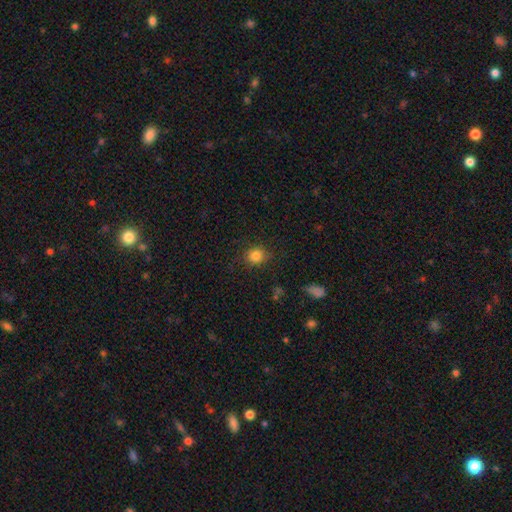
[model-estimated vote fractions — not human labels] This is clearly a smooth galaxy (84%). How rounded: likely round (80%). Merging: clearly none (84%).